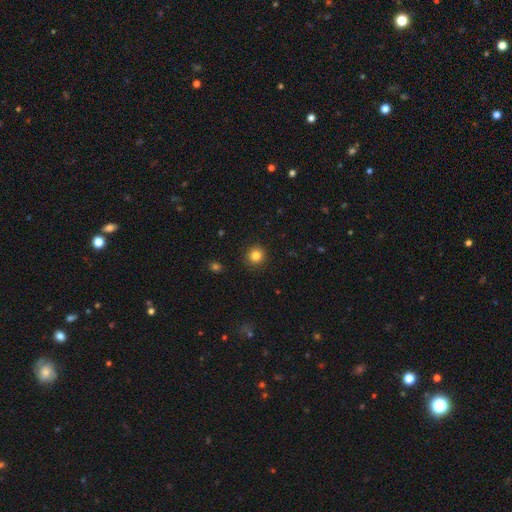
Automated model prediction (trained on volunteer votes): Smooth or featured: smooth — 83% (star or artifact — 11%)
How rounded: round — 94% (in between — 5%)
Merging: none — 92% (minor disturbance — 5%)